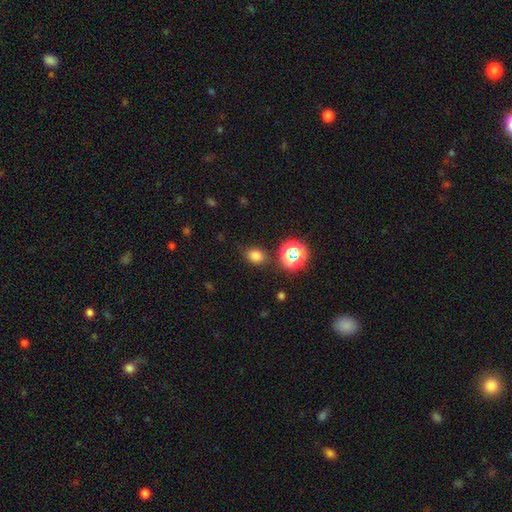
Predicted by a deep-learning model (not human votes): Q: Smooth or featured?
A: smooth (75%); runner-up: star or artifact (19%)
Q: How rounded?
A: in between (53%); runner-up: round (45%)
Q: Merging?
A: none (78%); runner-up: minor disturbance (14%)